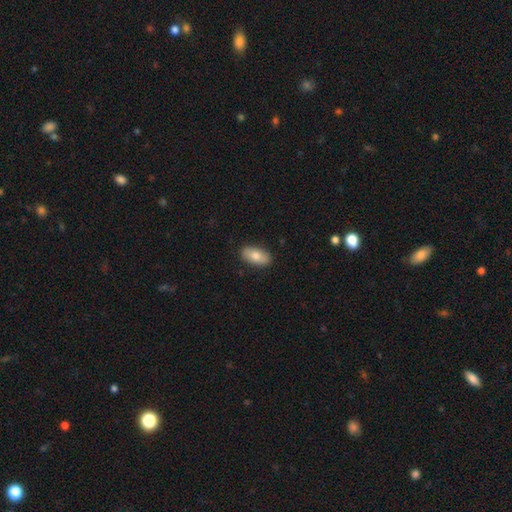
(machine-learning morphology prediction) Smooth or featured? Predicted: smooth (p=0.78). How rounded? Predicted: in between (p=0.92). Merging? Predicted: none (p=0.89).